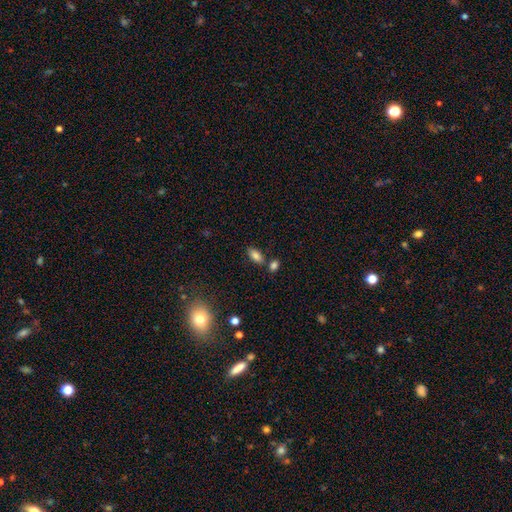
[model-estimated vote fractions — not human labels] smooth_or_featured: smooth (p=0.83) [alt: star or artifact p=0.09]
how_rounded: in between (p=0.89) [alt: cigar-shaped p=0.07]
merging: none (p=0.68) [alt: merger p=0.17]